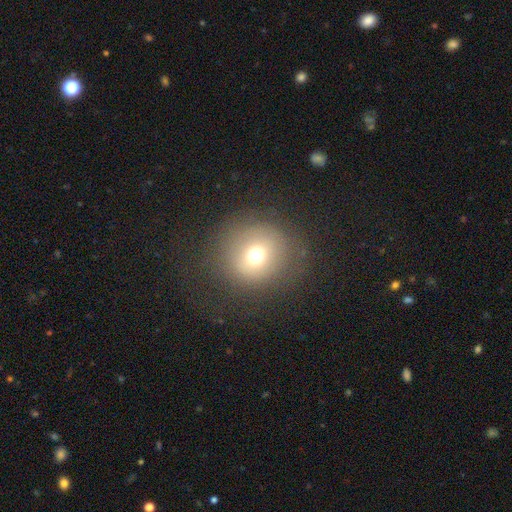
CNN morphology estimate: A smooth galaxy with no disk features (68%) that is round (89%). Merging: none (79%).